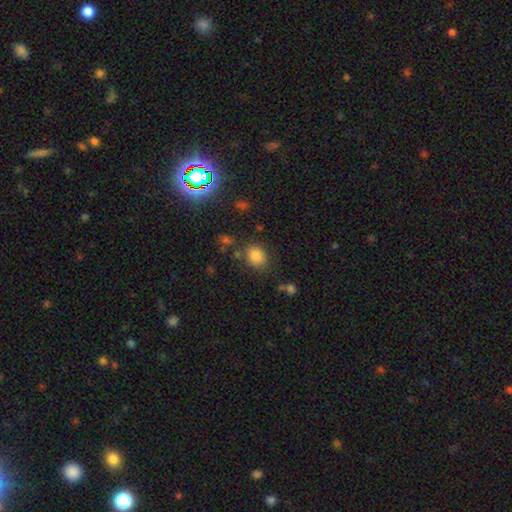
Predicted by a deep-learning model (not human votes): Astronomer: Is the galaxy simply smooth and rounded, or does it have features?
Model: smooth — 83%.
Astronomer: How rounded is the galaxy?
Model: round — 54% (runner-up: in between, 45%).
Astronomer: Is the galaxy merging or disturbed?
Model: none — 76%.